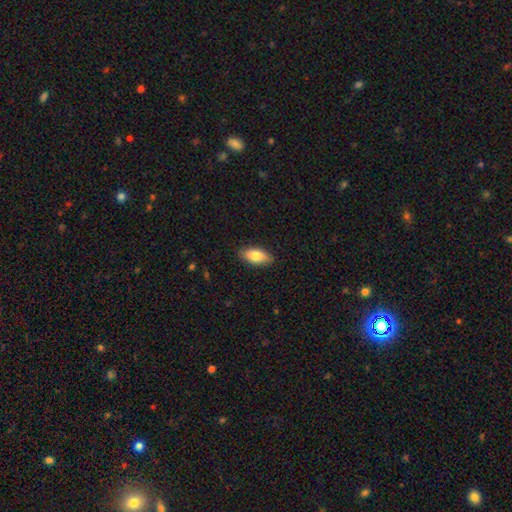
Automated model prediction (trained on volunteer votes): Smooth or featured?
  - smooth: 79% *
  - featured or disk: 15%
  - star or artifact: 6%
How rounded?
  - in between: 86% *
  - cigar-shaped: 11%
  - round: 3%
Merging?
  - none: 87% *
  - minor disturbance: 10%
  - major disturbance: 2%
  - merger: 1%